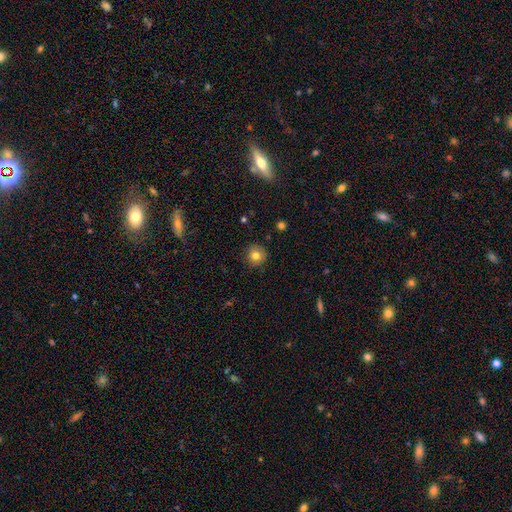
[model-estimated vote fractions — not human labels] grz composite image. It shows a smooth galaxy with no disk features (80%) that is round (93%). Merging: none (87%).